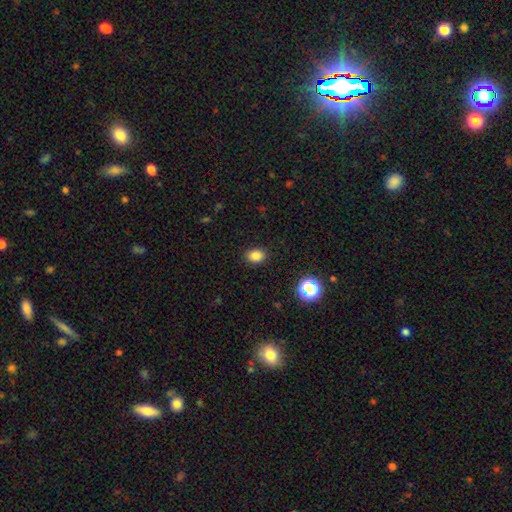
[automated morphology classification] type=smooth (83%); roundness=in between (61%); merging=none (89%).